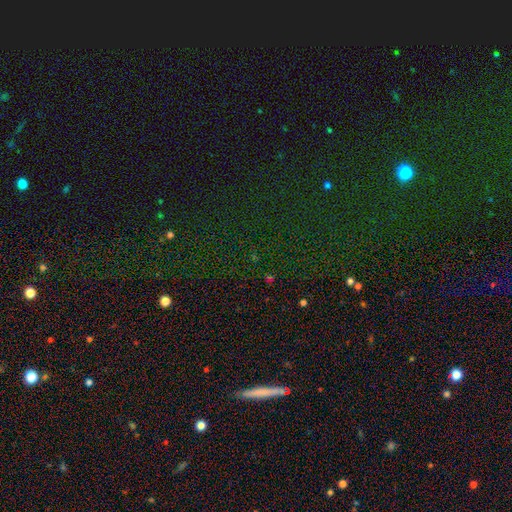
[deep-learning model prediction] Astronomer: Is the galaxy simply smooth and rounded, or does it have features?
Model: star or artifact — 74%.